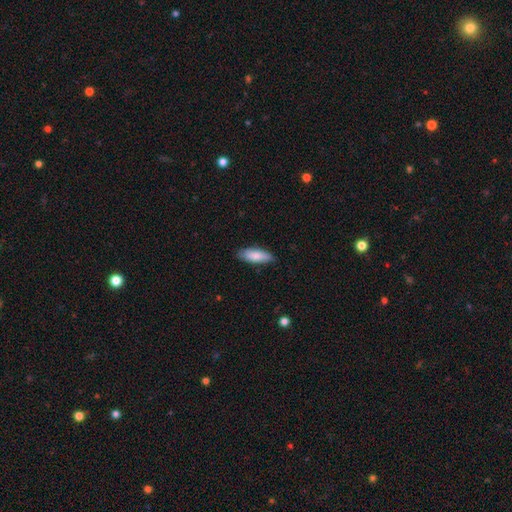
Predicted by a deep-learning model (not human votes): A smooth galaxy with no disk features (84%) that is in between round and cigar-shaped (67%).

Vote fractions:
- Smooth or featured? smooth: 84% / featured or disk: 11% / star or artifact: 5%
- How rounded? in between: 67% / cigar-shaped: 32% / round: 2%
- Merging? none: 83% / minor disturbance: 14% / major disturbance: 2% / merger: 1%